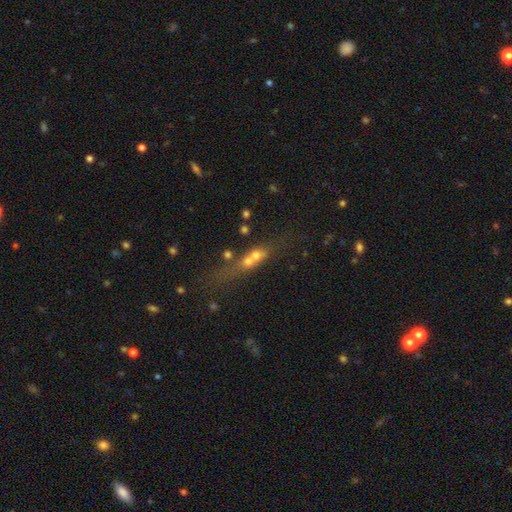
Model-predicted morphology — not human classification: Smooth or featured? Predicted: smooth (p=0.51). How rounded? Predicted: in between (p=0.37). Merging? Predicted: merger (p=0.59).